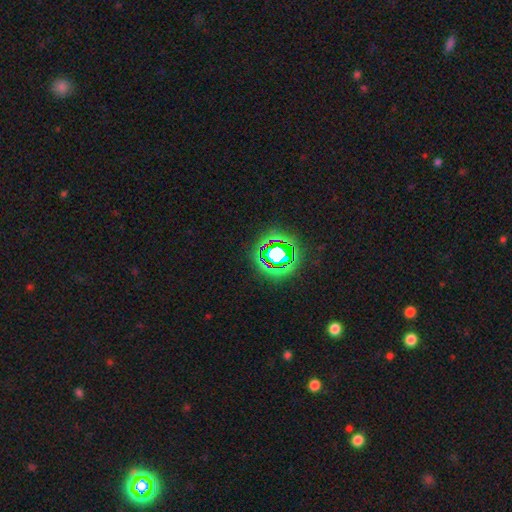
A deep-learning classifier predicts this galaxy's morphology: A star or artifact, not a galaxy (80%).

Vote fractions:
- Smooth or featured? star or artifact: 80% / smooth: 13% / featured or disk: 7%